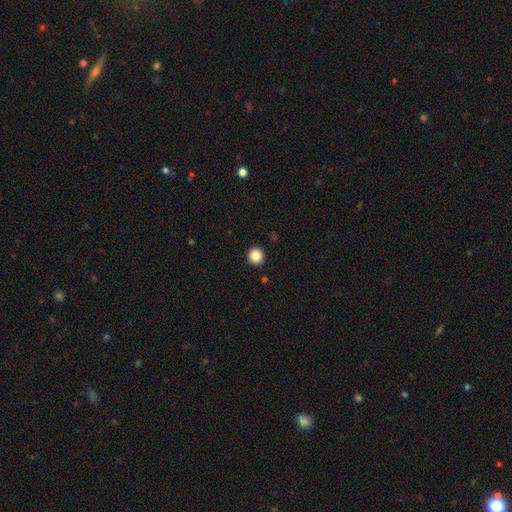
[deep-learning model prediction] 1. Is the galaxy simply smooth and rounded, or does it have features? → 86% smooth, 10% star or artifact, 4% featured or disk.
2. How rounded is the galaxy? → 93% round, 6% in between, 1% cigar-shaped.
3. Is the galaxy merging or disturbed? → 93% none, 5% minor disturbance, 2% major disturbance, 1% merger.